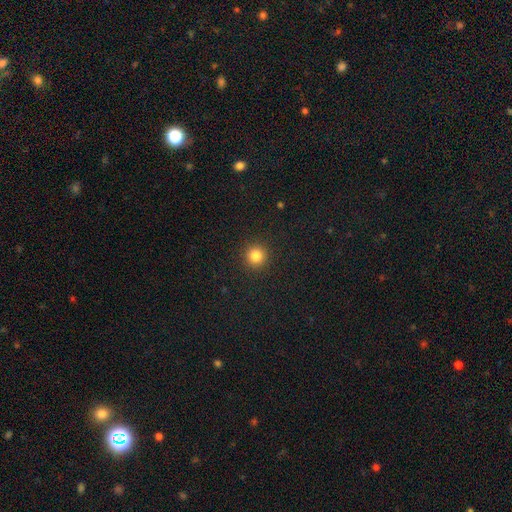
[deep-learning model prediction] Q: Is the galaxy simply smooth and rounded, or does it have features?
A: smooth — 84%.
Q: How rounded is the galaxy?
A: round — 95%.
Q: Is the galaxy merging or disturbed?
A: none — 92%.